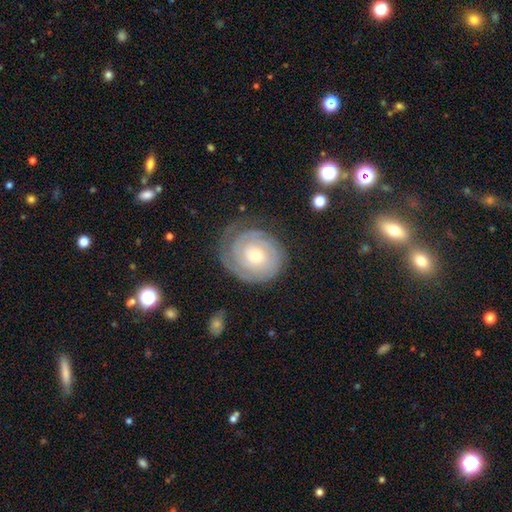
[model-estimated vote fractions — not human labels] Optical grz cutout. It shows a featured or disk galaxy (79%) with no bar (79%), tight (84%) spiral arms (93%) and a small central bulge (56%). Merging: none (72%).